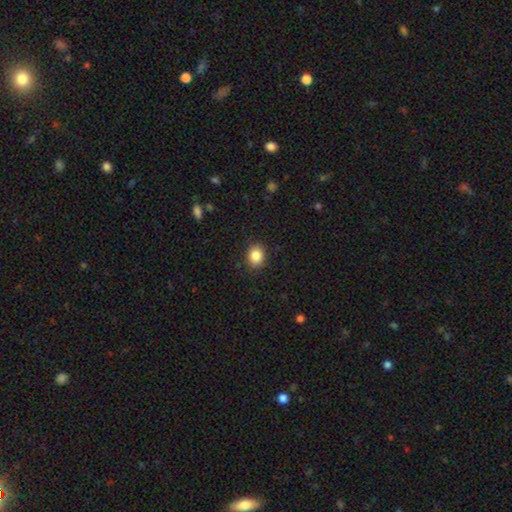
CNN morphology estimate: type=smooth (85%); roundness=round (59%); merging=none (89%).